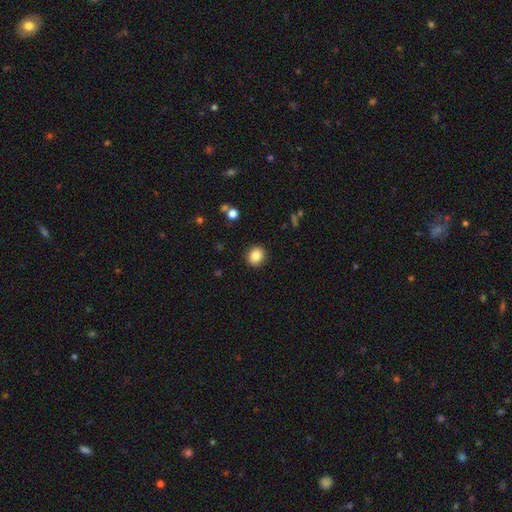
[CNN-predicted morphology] A smooth galaxy with no disk features (84%) that is round (86%).

Vote fractions:
- Smooth or featured? smooth: 84% / star or artifact: 10% / featured or disk: 6%
- How rounded? round: 86% / in between: 13% / cigar-shaped: 1%
- Merging? none: 91% / minor disturbance: 6% / major disturbance: 2% / merger: 1%